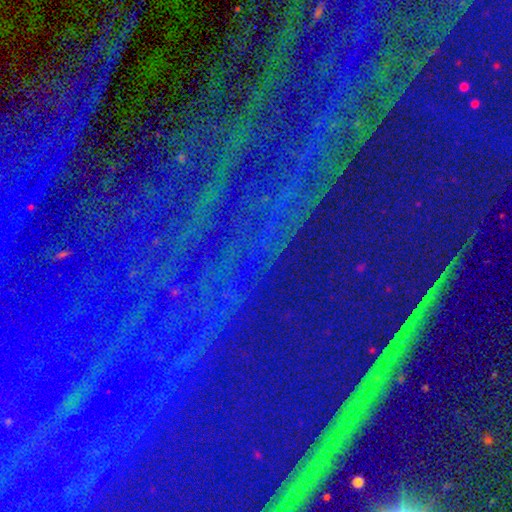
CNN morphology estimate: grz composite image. It shows a star or artifact, not a galaxy (89%).